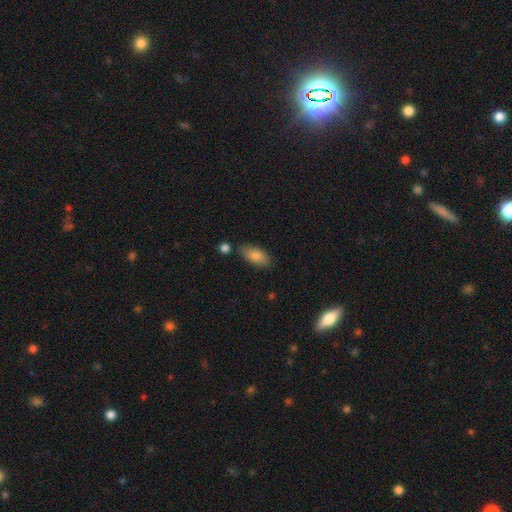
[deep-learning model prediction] A smooth galaxy with no disk features (83%) that is in between round and cigar-shaped (88%).

Vote fractions:
- Smooth or featured? smooth: 83% / featured or disk: 11% / star or artifact: 7%
- How rounded? in between: 88% / cigar-shaped: 9% / round: 3%
- Merging? none: 77% / minor disturbance: 14% / merger: 6% / major disturbance: 3%